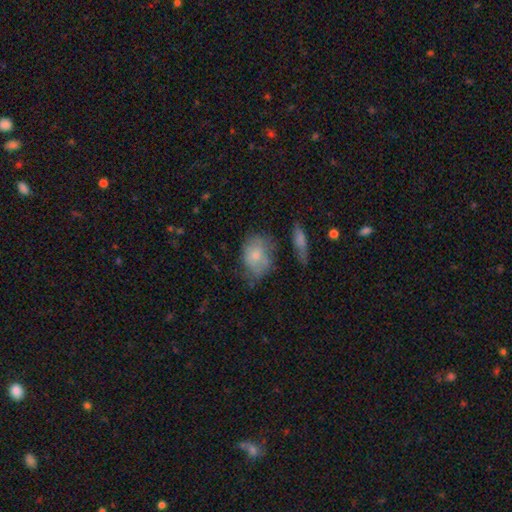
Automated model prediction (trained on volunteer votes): A smooth galaxy with no disk features (72%) that is in between round and cigar-shaped (67%). Merging: none (46%).